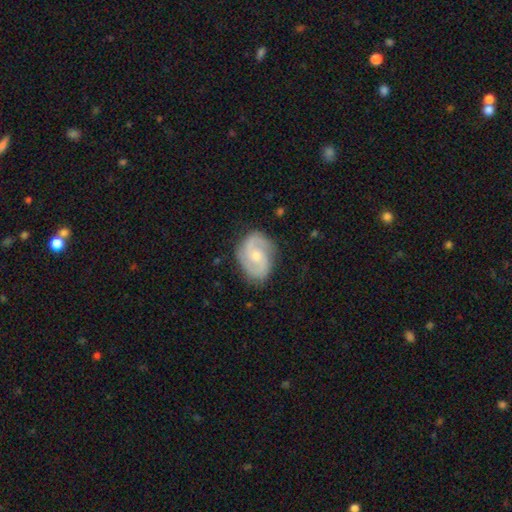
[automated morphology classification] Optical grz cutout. It shows a featured or disk galaxy (81%) with no bar (55%), 2 (84%) medium (50%) spiral arms (95%) and a moderate central bulge (50%). Merging: none (77%).